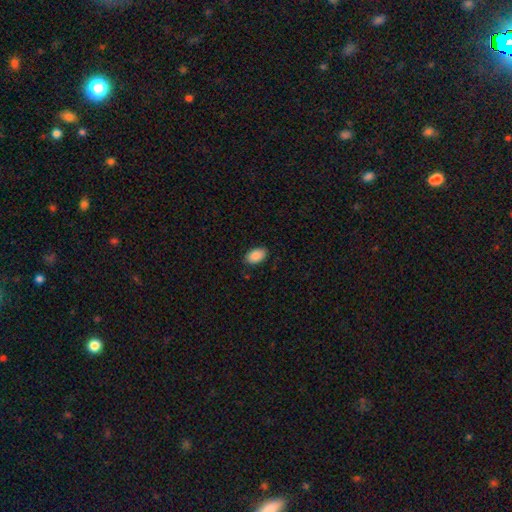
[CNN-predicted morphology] This appears to be a smooth galaxy with no disk features (89%) that is in between round and cigar-shaped (94%). Merging: none (86%).